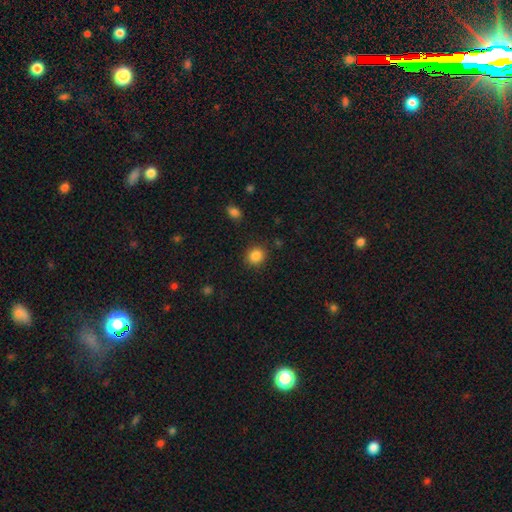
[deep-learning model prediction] Q: Smooth or featured?
A: smooth (86%); runner-up: star or artifact (10%)
Q: How rounded?
A: round (80%); runner-up: in between (19%)
Q: Merging?
A: none (88%); runner-up: minor disturbance (8%)